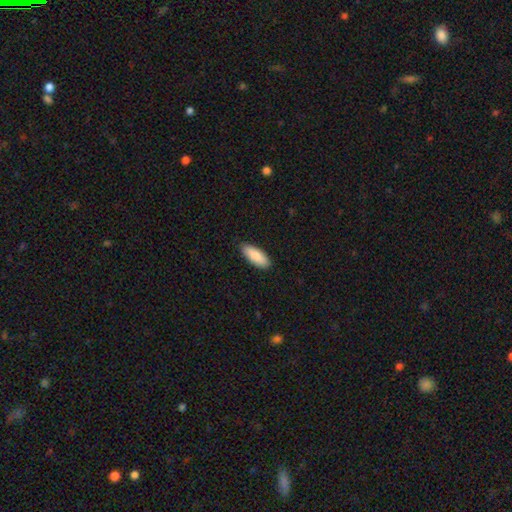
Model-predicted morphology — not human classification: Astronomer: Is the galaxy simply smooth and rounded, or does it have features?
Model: smooth — 88%.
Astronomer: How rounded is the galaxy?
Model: in between — 75%.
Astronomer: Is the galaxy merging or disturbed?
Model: none — 87%.